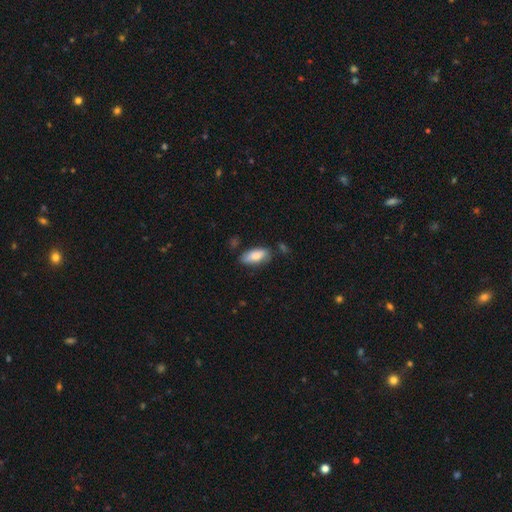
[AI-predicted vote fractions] A smooth galaxy with no disk features (80%) that is in between round and cigar-shaped (83%).

Vote fractions:
- Smooth or featured? smooth: 80% / featured or disk: 14% / star or artifact: 6%
- How rounded? in between: 83% / cigar-shaped: 15% / round: 2%
- Merging? none: 75% / minor disturbance: 18% / merger: 4% / major disturbance: 3%